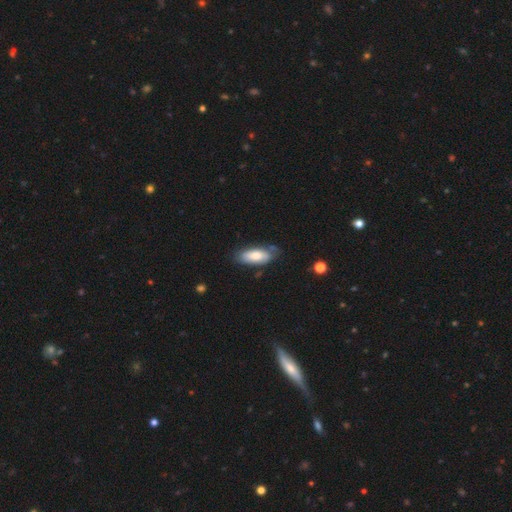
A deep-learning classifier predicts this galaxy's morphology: Smooth or featured? Predicted: smooth (p=0.73). How rounded? Predicted: in between (p=0.82). Merging? Predicted: none (p=0.63).